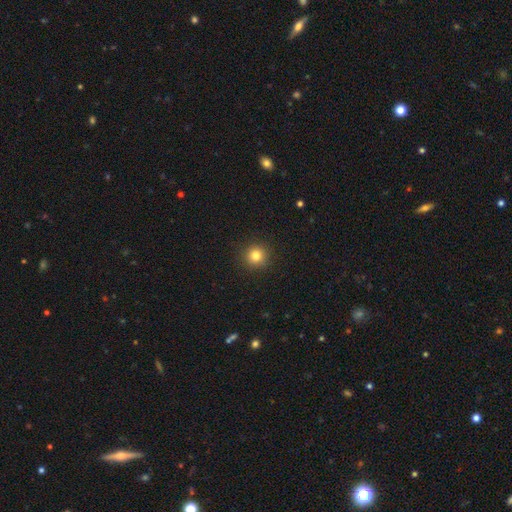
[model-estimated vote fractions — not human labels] Smooth or featured?
  - smooth: 81% *
  - star or artifact: 13%
  - featured or disk: 6%
How rounded?
  - round: 95% *
  - in between: 4%
  - cigar-shaped: 1%
Merging?
  - none: 92% *
  - minor disturbance: 5%
  - major disturbance: 2%
  - merger: 1%